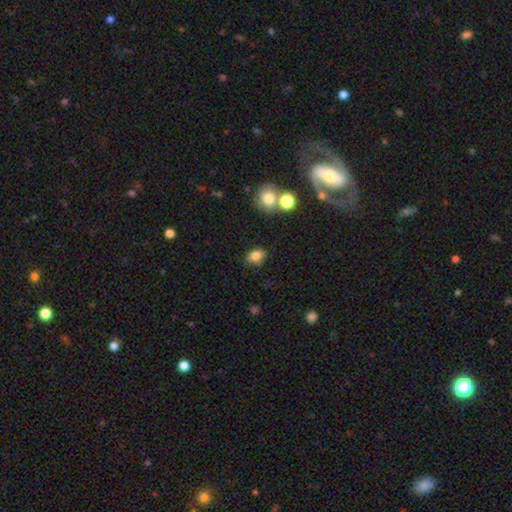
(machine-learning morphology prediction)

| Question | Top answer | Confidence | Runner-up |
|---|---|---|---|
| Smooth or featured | smooth | 82% | star or artifact (11%) |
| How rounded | in between | 72% | round (27%) |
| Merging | none | 78% | minor disturbance (14%) |